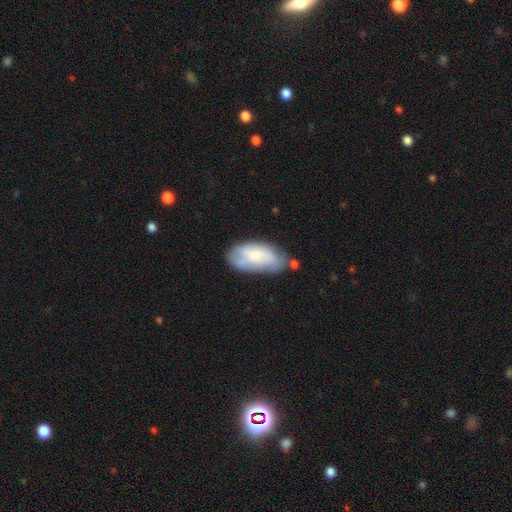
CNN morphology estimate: The model was most divided on "merging": none: 55%, minor disturbance: 28%, major disturbance: 9%, merger: 8%. More confident: how rounded — in between (92%); smooth or featured — smooth (62%).